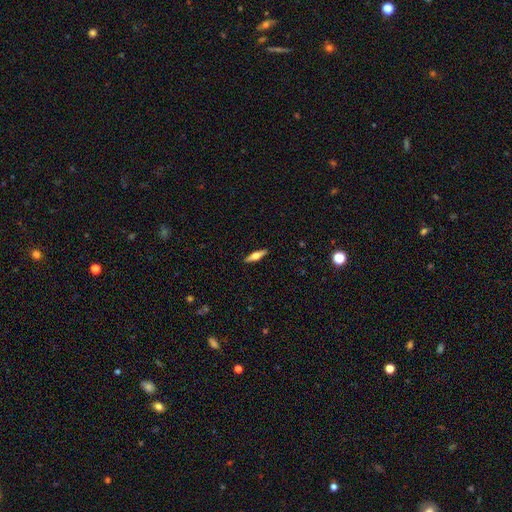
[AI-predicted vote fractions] smooth-or-featured: featured or disk: 54% | smooth: 40% | star or artifact: 6%
  disk-edge-on: yes: 95% | no: 5%
    edge-on-bulge: rounded: 93% | boxy: 5% | none: 3%
  merging: none: 91% | minor disturbance: 7% | major disturbance: 2% | merger: 1%